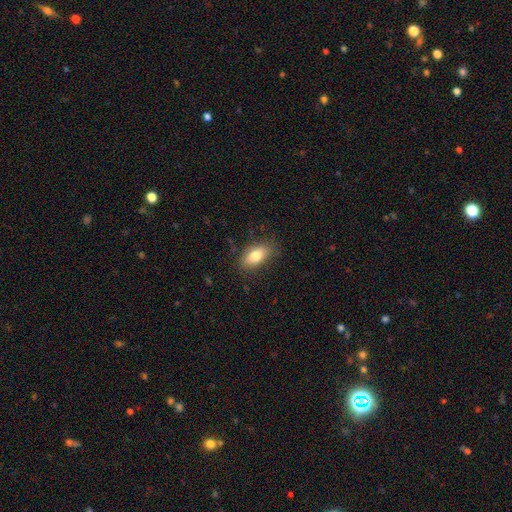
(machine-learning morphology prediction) Smooth or featured?
  - smooth: 79% *
  - featured or disk: 13%
  - star or artifact: 8%
How rounded?
  - in between: 89% *
  - round: 6%
  - cigar-shaped: 6%
Merging?
  - none: 81% *
  - minor disturbance: 14%
  - major disturbance: 4%
  - merger: 1%